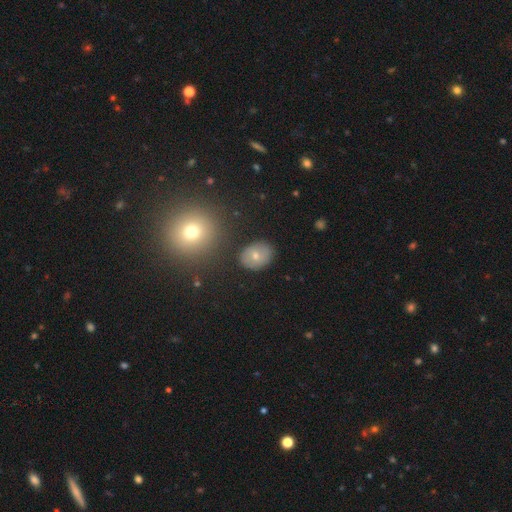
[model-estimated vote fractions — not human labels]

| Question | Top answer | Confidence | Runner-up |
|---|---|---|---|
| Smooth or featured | smooth | 64% | featured or disk (26%) |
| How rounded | in between | 57% | round (42%) |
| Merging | none | 82% | minor disturbance (11%) |